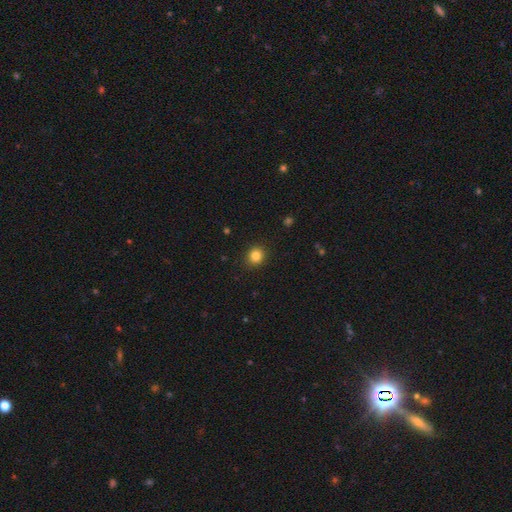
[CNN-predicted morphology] type=smooth (84%); roundness=round (84%); merging=none (91%).